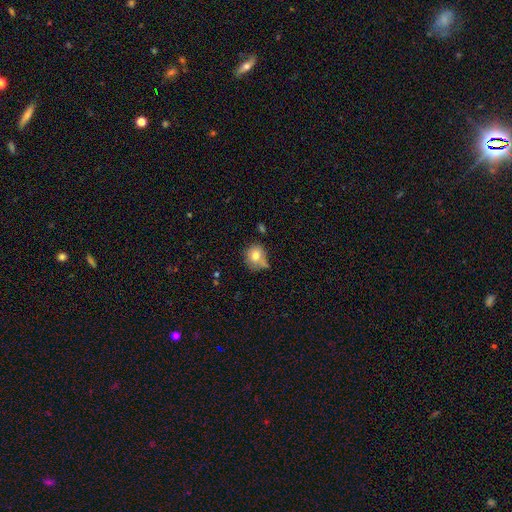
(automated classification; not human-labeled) A smooth galaxy with no disk features (75%) that is round (77%).

Vote fractions:
- Smooth or featured? smooth: 75% / featured or disk: 15% / star or artifact: 10%
- How rounded? round: 77% / in between: 22% / cigar-shaped: 1%
- Merging? none: 52% / minor disturbance: 27% / merger: 12% / major disturbance: 9%